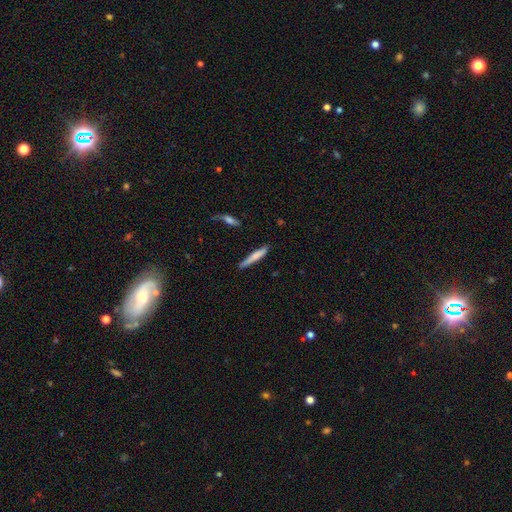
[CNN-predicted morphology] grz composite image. It shows a smooth galaxy with no disk features (71%) that is cigar-shaped (93%). Merging: none (78%).